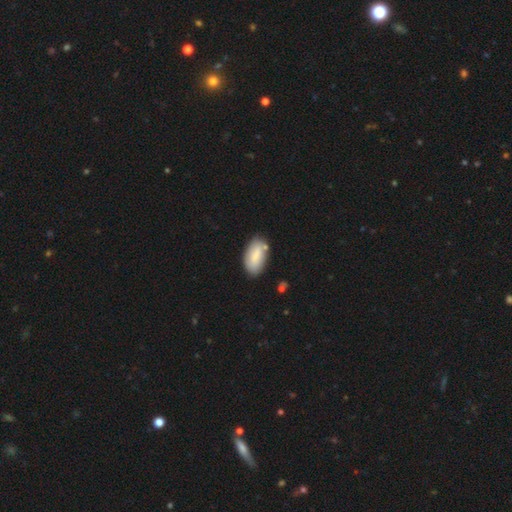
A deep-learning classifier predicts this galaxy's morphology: Overall: smooth (78%). How rounded: in between (93%). Merging: none (74%).